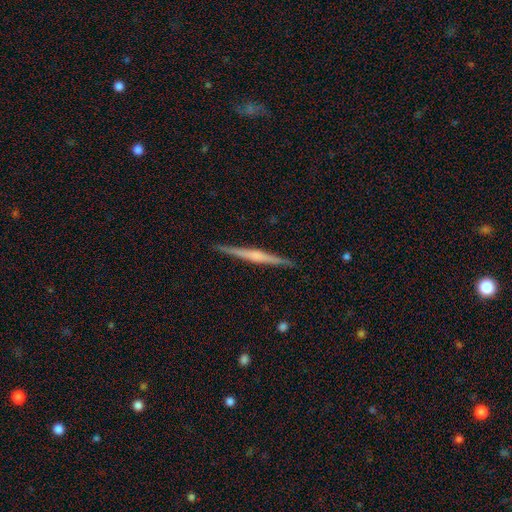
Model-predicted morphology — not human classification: featured or disk 70%, smooth 25%, star or artifact 5%. Down the decision tree: edge-on disk — yes (98%); edge-on bulge — rounded (50%); merging — none (92%).